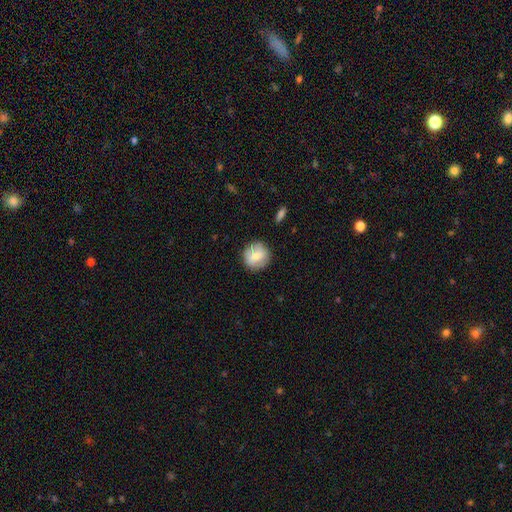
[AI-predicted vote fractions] This is likely a smooth galaxy (74%). How rounded: clearly round (90%). Merging: clearly none (85%).